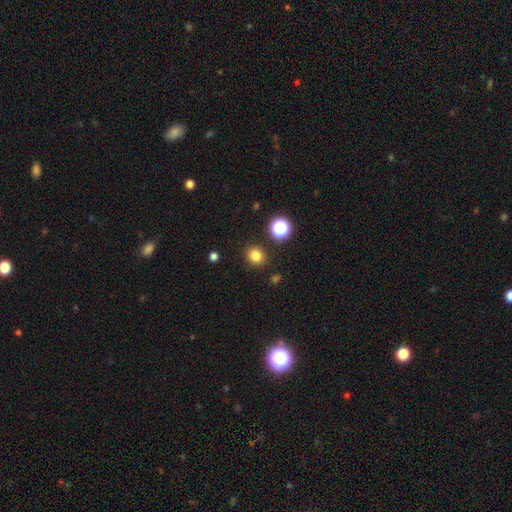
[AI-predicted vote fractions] smooth 80%, star or artifact 15%, featured or disk 5%. Down the decision tree: how rounded — round (85%); merging — none (89%).